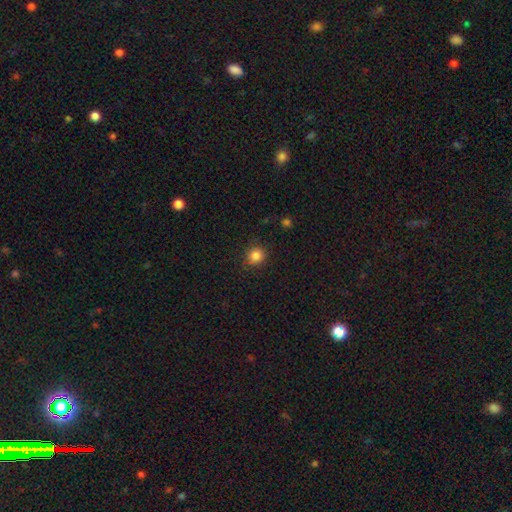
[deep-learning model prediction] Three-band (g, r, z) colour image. It shows a smooth galaxy with no disk features (84%) that is round (90%). Merging: none (85%).